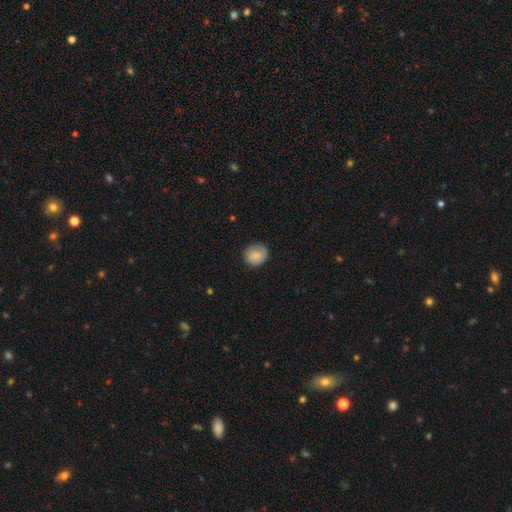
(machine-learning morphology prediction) This appears to be a smooth galaxy with no disk features (77%) that is round (77%). Merging: none (77%).